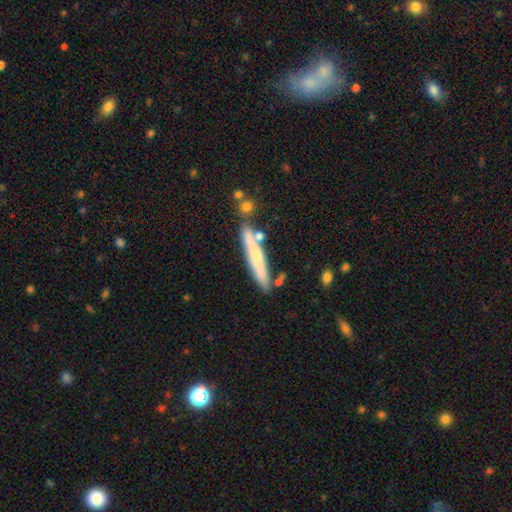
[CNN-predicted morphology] smooth 54%, featured or disk 39%, star or artifact 7%. Down the decision tree: how rounded — cigar-shaped (92%); merging — none (73%).